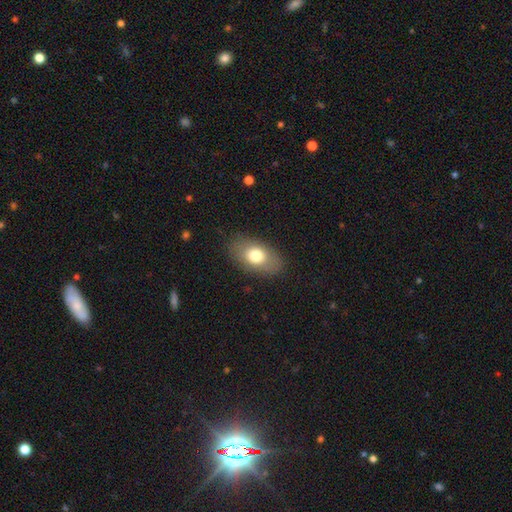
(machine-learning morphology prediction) This appears to be a smooth galaxy with no disk features (73%) that is in between round and cigar-shaped (89%). Merging: none (84%).